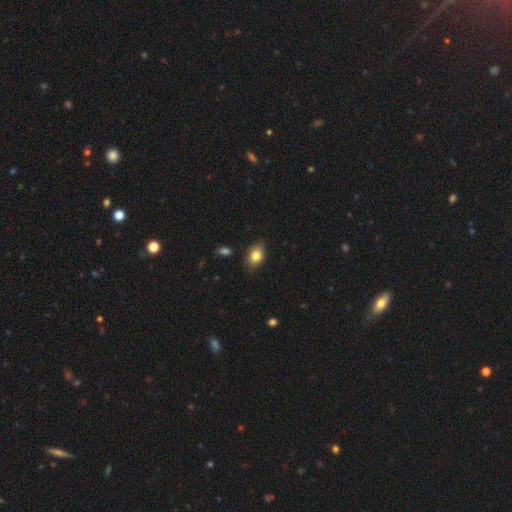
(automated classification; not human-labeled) Smooth or featured: smooth — 82% (featured or disk — 9%)
How rounded: in between — 79% (round — 20%)
Merging: none — 82% (minor disturbance — 14%)